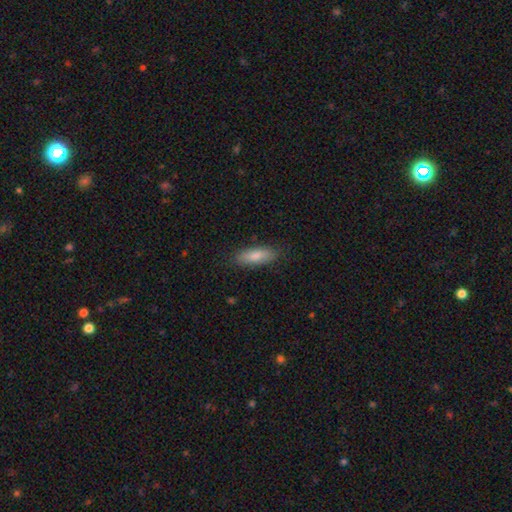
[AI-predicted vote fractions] Morphology: type=smooth (82%); roundness=in between (63%); merging=none (85%).